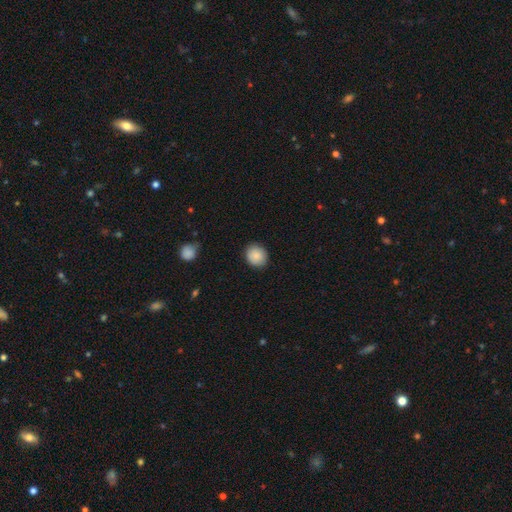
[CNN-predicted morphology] Overall: smooth (88%). How rounded: round (77%). Merging: none (88%).